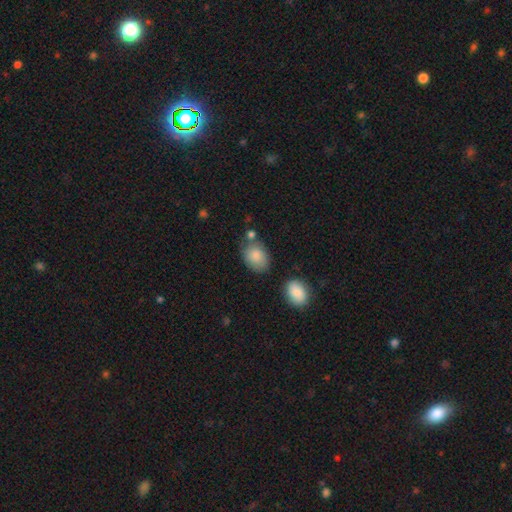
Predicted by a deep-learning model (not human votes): The model was most divided on "merging": none: 65%, minor disturbance: 21%, merger: 9%, major disturbance: 5%. More confident: smooth or featured — smooth (85%); how rounded — in between (76%).